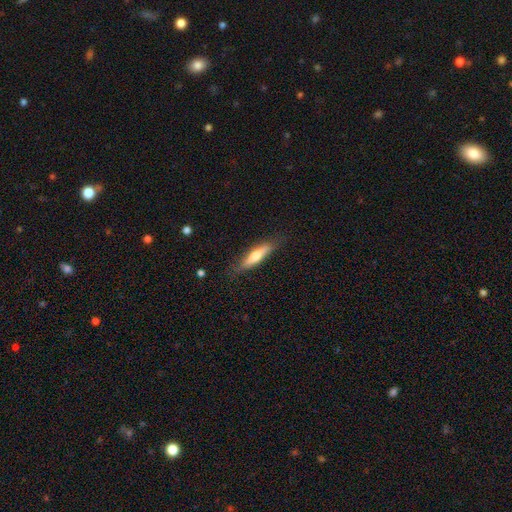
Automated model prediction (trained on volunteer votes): Q: Smooth or featured?
A: smooth (54%); runner-up: featured or disk (40%)
Q: How rounded?
A: cigar-shaped (74%); runner-up: in between (24%)
Q: Merging?
A: none (80%); runner-up: minor disturbance (16%)